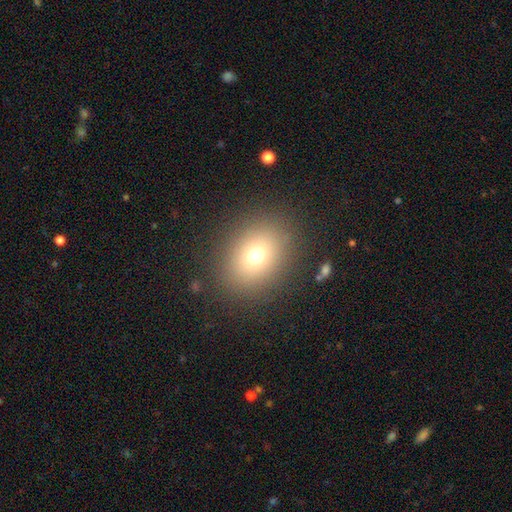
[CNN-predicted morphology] Smooth or featured? smooth (73%)
How rounded? round (52%)
Merging? none (87%)